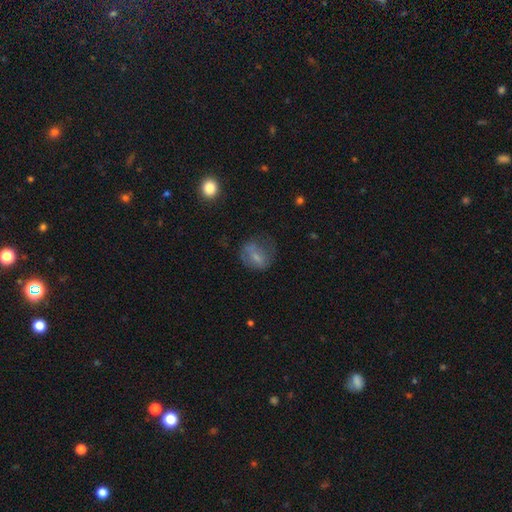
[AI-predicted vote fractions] The model was most divided on "how rounded": in between: 52%, round: 45%, cigar-shaped: 3%. Remaining: smooth or featured — smooth (58%); merging — none (50%).